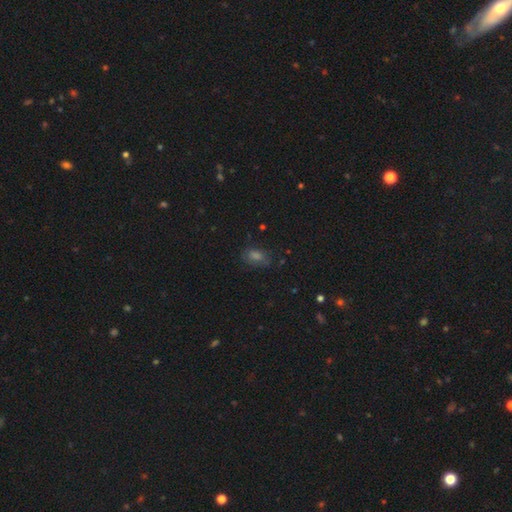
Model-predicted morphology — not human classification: A smooth galaxy with no disk features (57%) that is in between round and cigar-shaped (78%). Merging: none (74%).